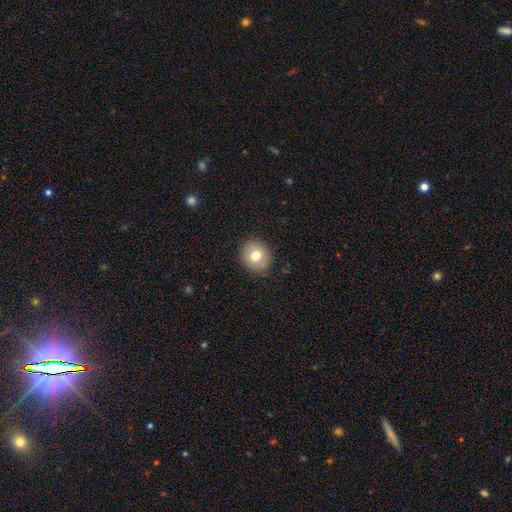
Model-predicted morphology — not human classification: Q: Smooth or featured?
A: smooth (76%); runner-up: featured or disk (15%)
Q: How rounded?
A: round (77%); runner-up: in between (23%)
Q: Merging?
A: none (88%); runner-up: minor disturbance (9%)